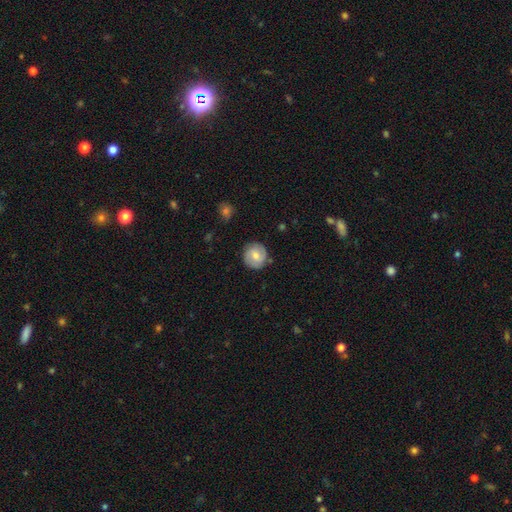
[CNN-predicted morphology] This appears to be a featured or disk galaxy (49%). Merging: none (84%).